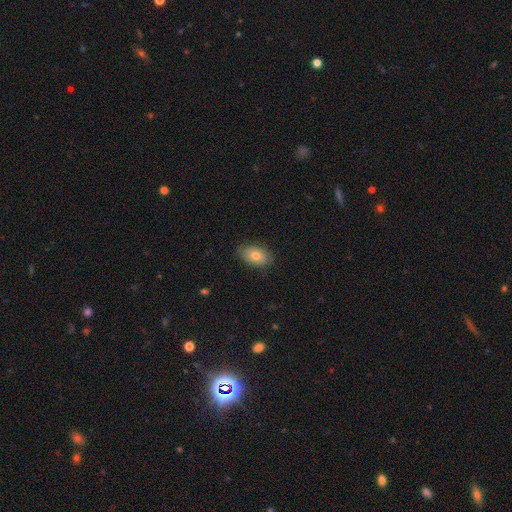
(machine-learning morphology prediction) Smooth or featured? smooth (77%)
How rounded? in between (90%)
Merging? none (83%)